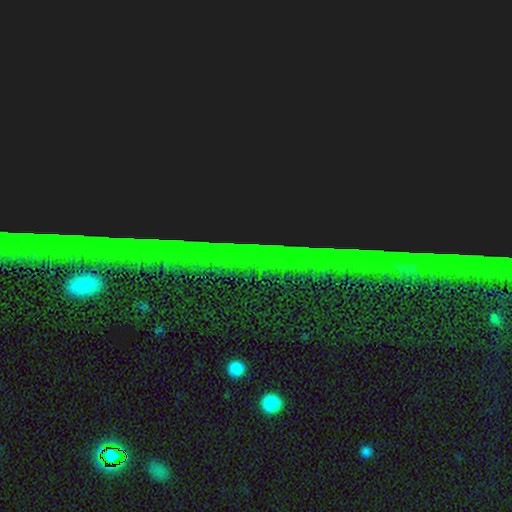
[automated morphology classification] Q: Smooth or featured?
A: star or artifact (85%); runner-up: featured or disk (8%)